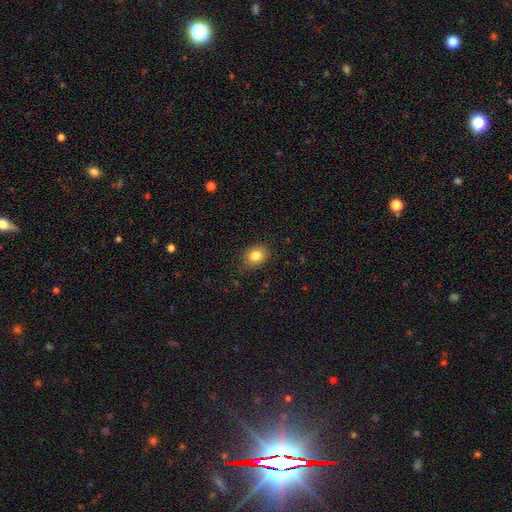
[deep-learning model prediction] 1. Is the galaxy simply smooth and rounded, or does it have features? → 83% smooth, 10% star or artifact, 7% featured or disk.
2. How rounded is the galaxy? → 54% in between, 45% round, 1% cigar-shaped.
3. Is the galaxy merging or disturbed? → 82% none, 14% minor disturbance, 3% major disturbance, 1% merger.